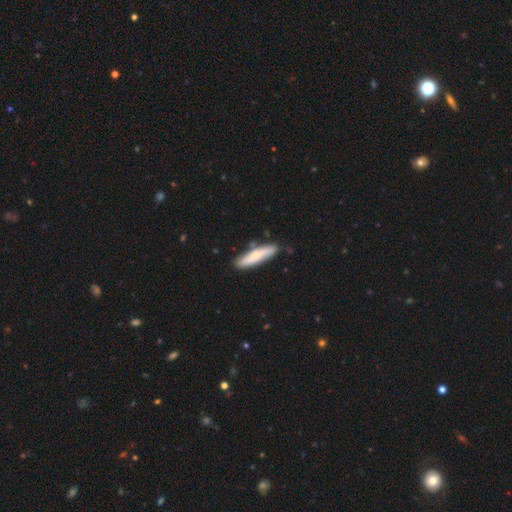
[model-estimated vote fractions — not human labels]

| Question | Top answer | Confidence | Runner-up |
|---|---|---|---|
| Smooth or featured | smooth | 63% | featured or disk (32%) |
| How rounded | cigar-shaped | 79% | in between (19%) |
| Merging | none | 81% | minor disturbance (12%) |